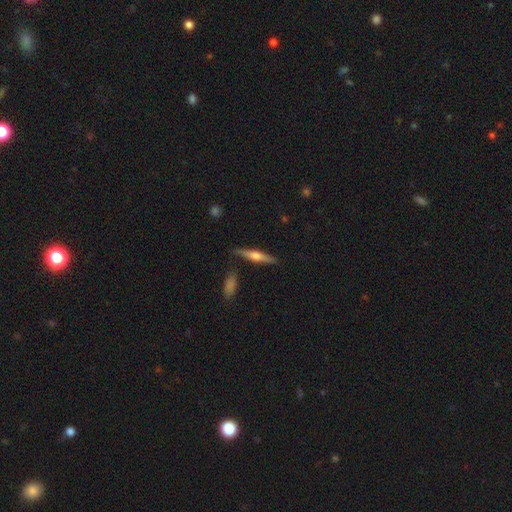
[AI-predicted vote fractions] The model was most divided on "smooth or featured": featured or disk: 57%, smooth: 37%, star or artifact: 6%. More confident: edge-on disk — yes (96%); edge-on bulge — rounded (87%); merging — none (84%).